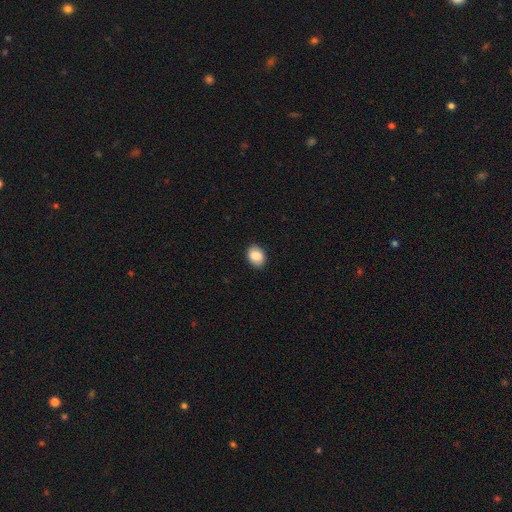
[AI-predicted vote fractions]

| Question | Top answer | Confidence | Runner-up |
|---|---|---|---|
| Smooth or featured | smooth | 84% | featured or disk (8%) |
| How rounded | in between | 62% | round (37%) |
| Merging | none | 89% | minor disturbance (8%) |